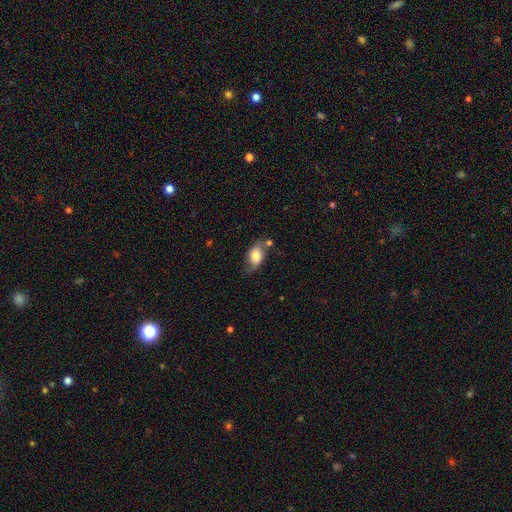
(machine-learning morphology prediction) type=smooth (73%); roundness=in between (88%); merging=none (52%).